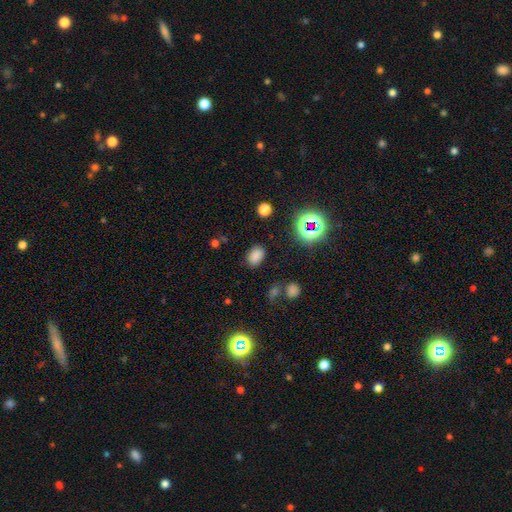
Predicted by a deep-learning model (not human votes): Smooth or featured: smooth — 76% (star or artifact — 18%)
How rounded: in between — 79% (round — 20%)
Merging: none — 82% (minor disturbance — 12%)